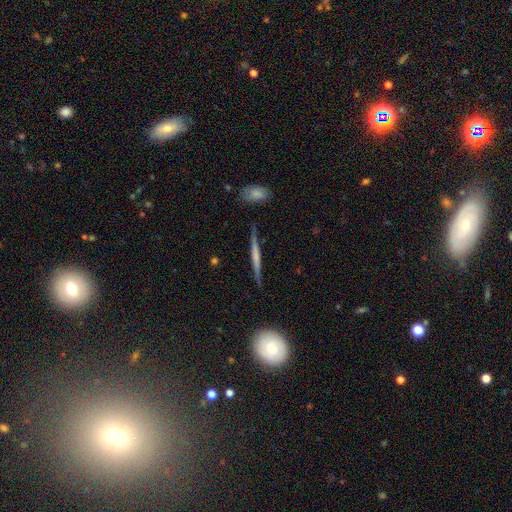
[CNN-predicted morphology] A featured or disk galaxy (56%) viewed edge-on (97%) with no central bulge (60%). Merging: none (85%).